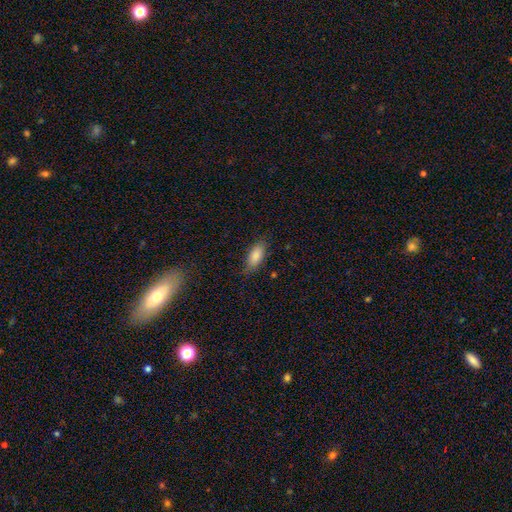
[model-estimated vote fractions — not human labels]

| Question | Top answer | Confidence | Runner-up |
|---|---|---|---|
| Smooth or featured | smooth | 85% | featured or disk (9%) |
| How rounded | in between | 86% | cigar-shaped (12%) |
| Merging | none | 75% | minor disturbance (19%) |